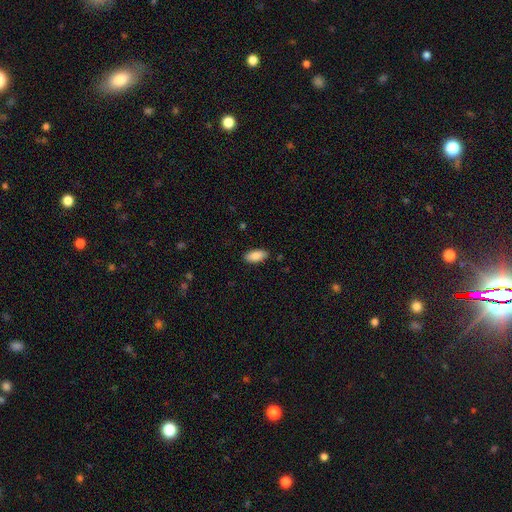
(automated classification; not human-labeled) A smooth galaxy with no disk features (87%) that is in between round and cigar-shaped (90%).

Vote fractions:
- Smooth or featured? smooth: 87% / featured or disk: 7% / star or artifact: 6%
- How rounded? in between: 90% / cigar-shaped: 9% / round: 2%
- Merging? none: 88% / minor disturbance: 9% / major disturbance: 2% / merger: 1%